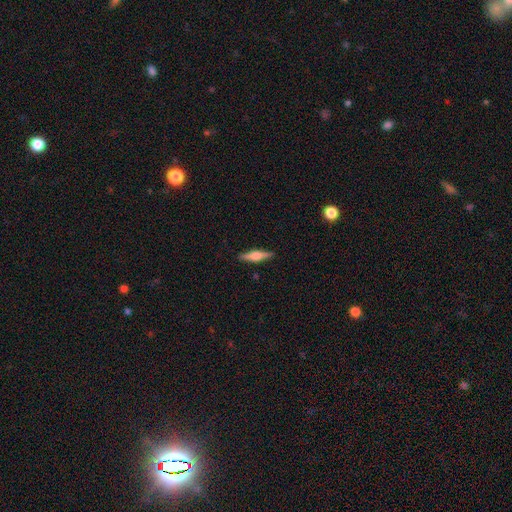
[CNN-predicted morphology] type=featured or disk (58%); edge-on=yes (97%); edge-on bulge=rounded (80%); merging=none (89%).